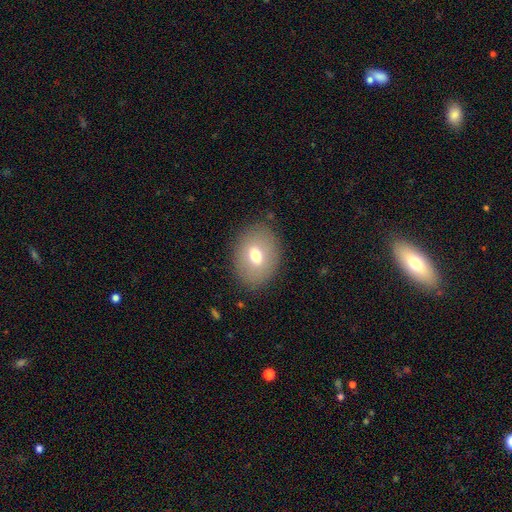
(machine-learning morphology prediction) smooth 67%, featured or disk 24%, star or artifact 9%. Down the decision tree: how rounded — in between (68%); merging — none (84%).